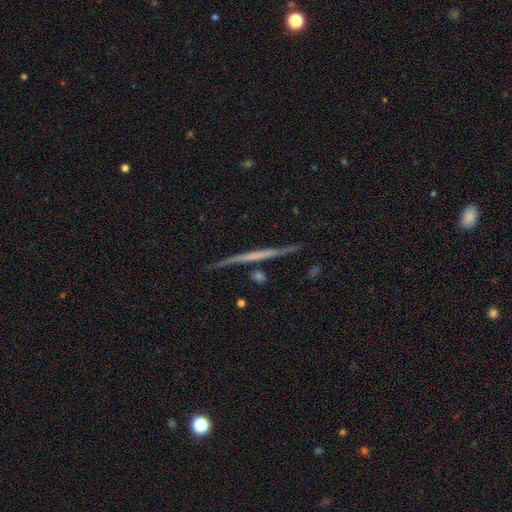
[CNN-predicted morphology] Overall: featured or disk (67%). Edge-on disk: yes (97%). Edge-on bulge: none (84%). Merging: none (87%).